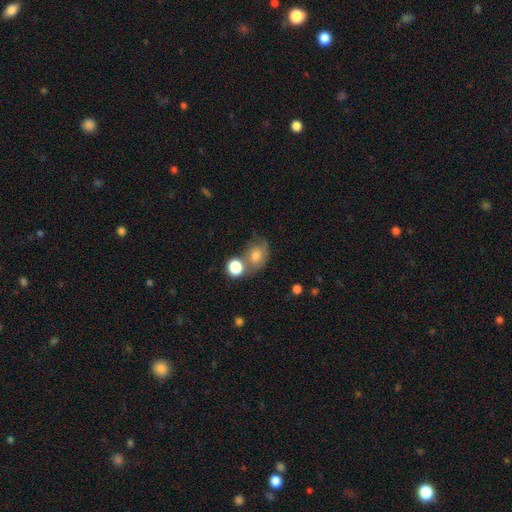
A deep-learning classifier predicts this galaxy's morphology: smooth-or-featured: smooth: 71% | featured or disk: 18% | star or artifact: 12%
  how-rounded: in between: 50% | round: 49% | cigar-shaped: 1%
  merging: none: 44% | merger: 27% | minor disturbance: 19% | major disturbance: 10%